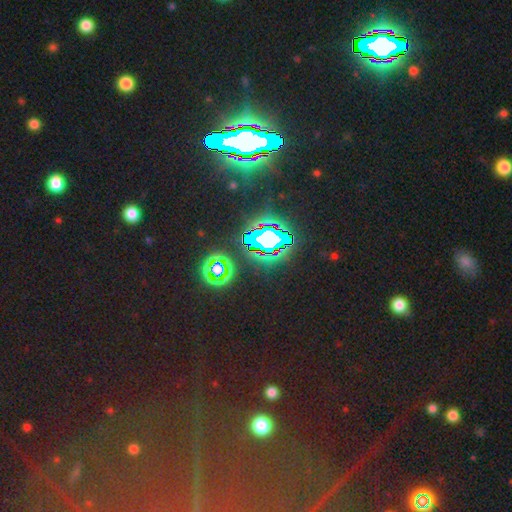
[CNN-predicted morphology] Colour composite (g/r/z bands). It shows a star or artifact, not a galaxy (80%).